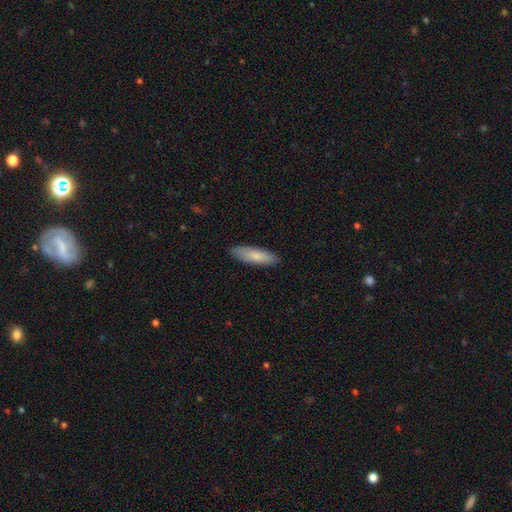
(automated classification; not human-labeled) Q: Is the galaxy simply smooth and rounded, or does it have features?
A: smooth — 82%.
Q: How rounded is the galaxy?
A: cigar-shaped — 57%.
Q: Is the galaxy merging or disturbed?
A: none — 87%.